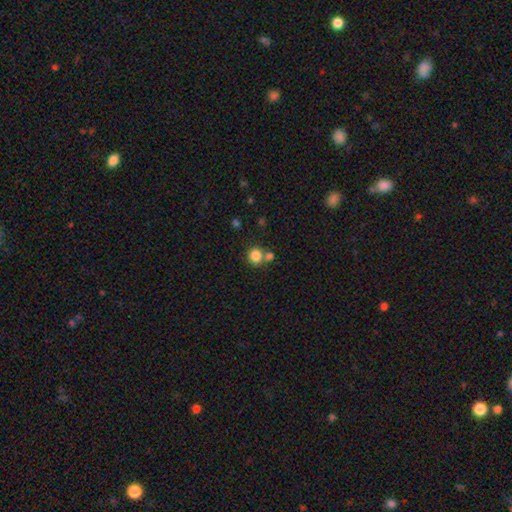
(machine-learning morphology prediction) smooth-or-featured: smooth: 84% | star or artifact: 11% | featured or disk: 6%
  how-rounded: round: 82% | in between: 17% | cigar-shaped: 1%
  merging: none: 62% | merger: 25% | minor disturbance: 9% | major disturbance: 3%